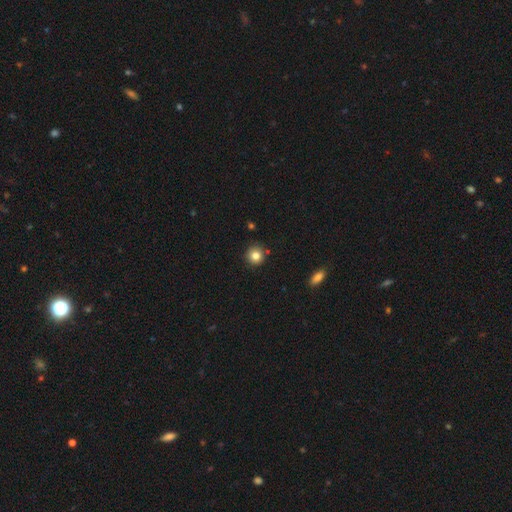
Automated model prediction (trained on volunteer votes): Smooth or featured: smooth — 82% (star or artifact — 11%)
How rounded: round — 93% (in between — 6%)
Merging: none — 88% (minor disturbance — 8%)